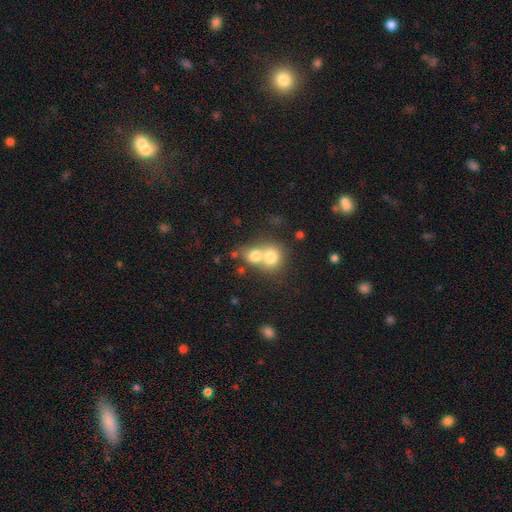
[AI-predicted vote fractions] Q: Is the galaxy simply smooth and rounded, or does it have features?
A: smooth — 73%.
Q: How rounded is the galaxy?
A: round — 68%.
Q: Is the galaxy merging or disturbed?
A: merger — 70%.